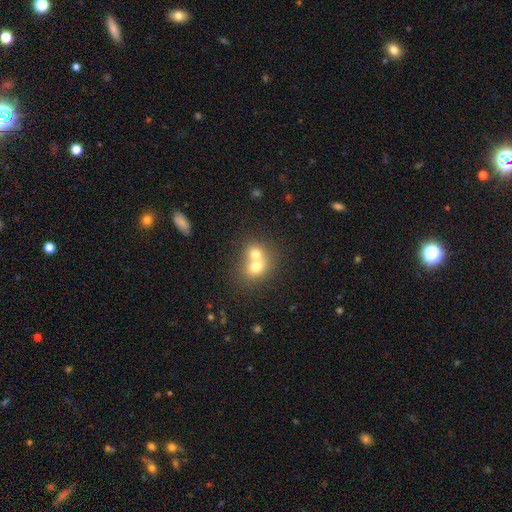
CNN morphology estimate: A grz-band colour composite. It shows a smooth galaxy with no disk features (64%) that is round (67%). Merging: merger (66%).